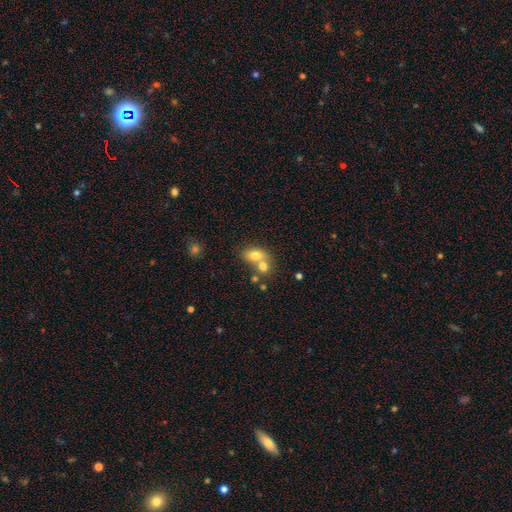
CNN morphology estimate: Smooth or featured? Predicted: smooth (p=0.74). How rounded? Predicted: in between (p=0.70). Merging? Predicted: merger (p=0.56).